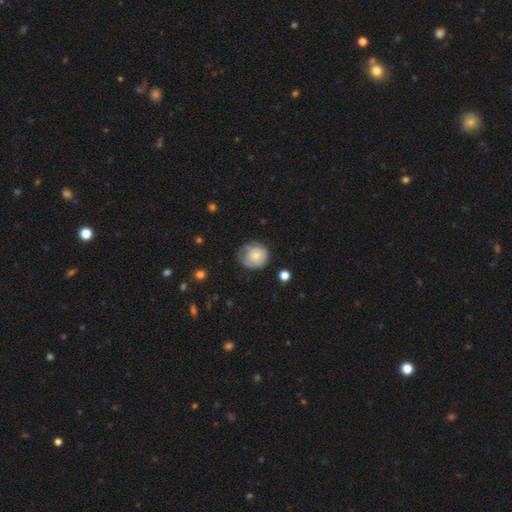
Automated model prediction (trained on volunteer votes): Q: Smooth or featured?
A: smooth (71%); runner-up: featured or disk (21%)
Q: How rounded?
A: round (86%); runner-up: in between (13%)
Q: Merging?
A: none (56%); runner-up: minor disturbance (31%)